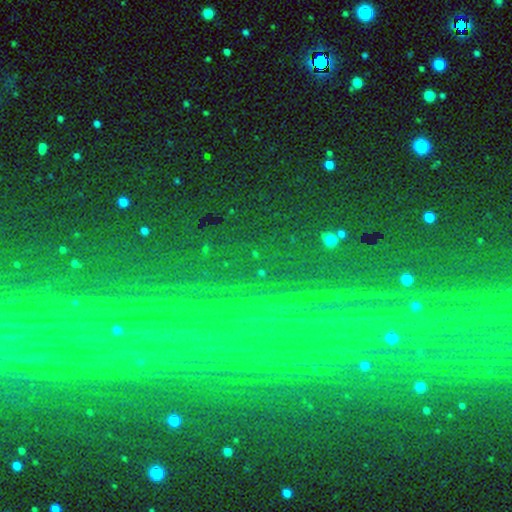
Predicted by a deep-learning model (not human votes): Q: Smooth or featured?
A: star or artifact (84%); runner-up: smooth (8%)